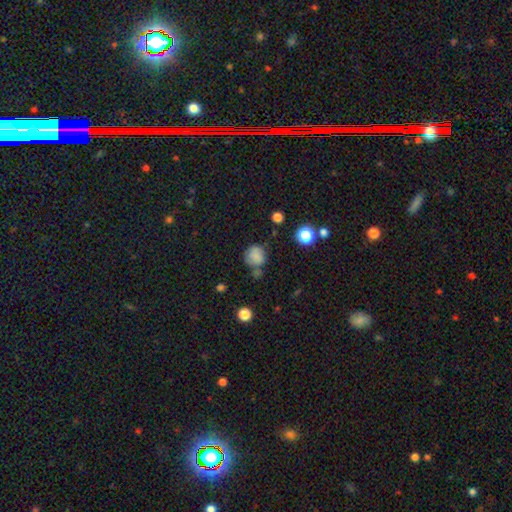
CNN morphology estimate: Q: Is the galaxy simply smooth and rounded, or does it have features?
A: smooth — 77%.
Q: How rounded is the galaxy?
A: round — 77%.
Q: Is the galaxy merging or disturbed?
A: none — 55%.